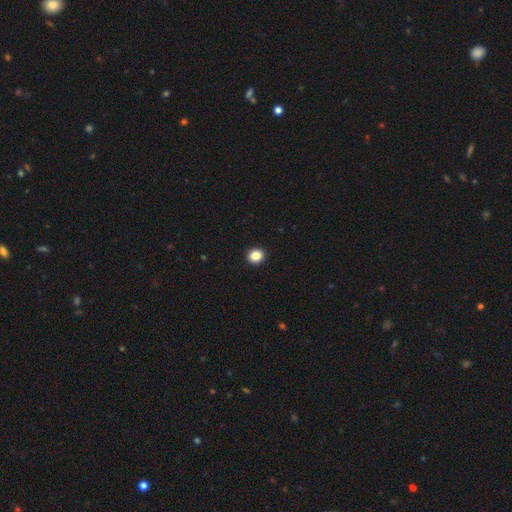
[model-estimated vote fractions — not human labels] smooth 86%, star or artifact 11%, featured or disk 4%. Down the decision tree: how rounded — round (84%); merging — none (94%).